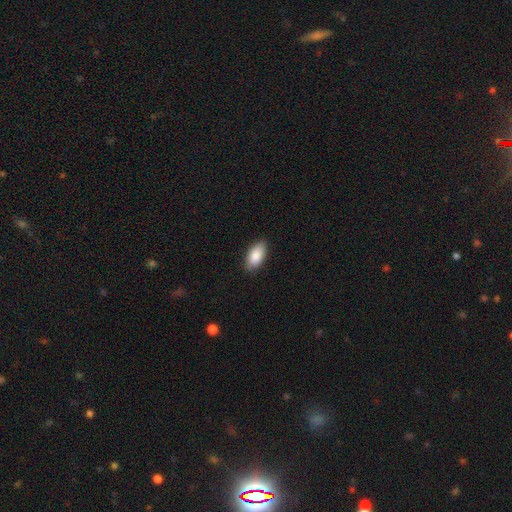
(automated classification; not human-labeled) smooth_or_featured: smooth (p=0.87) [alt: featured or disk p=0.07]
how_rounded: in between (p=0.93) [alt: cigar-shaped p=0.04]
merging: none (p=0.86) [alt: minor disturbance p=0.11]